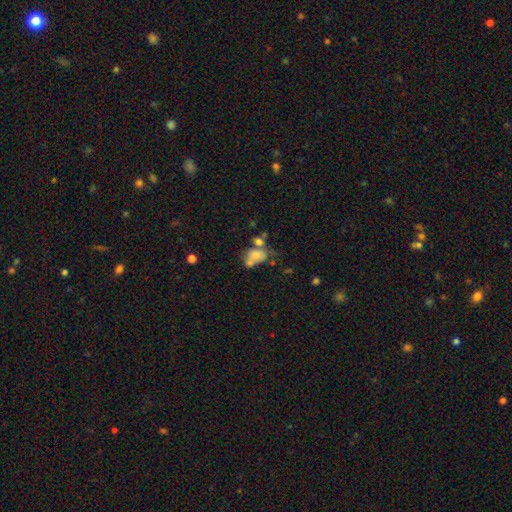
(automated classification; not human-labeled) Overall: smooth (64%; featured or disk 25%). How rounded: in between (72%). Merging: merger (46%; none 25%).